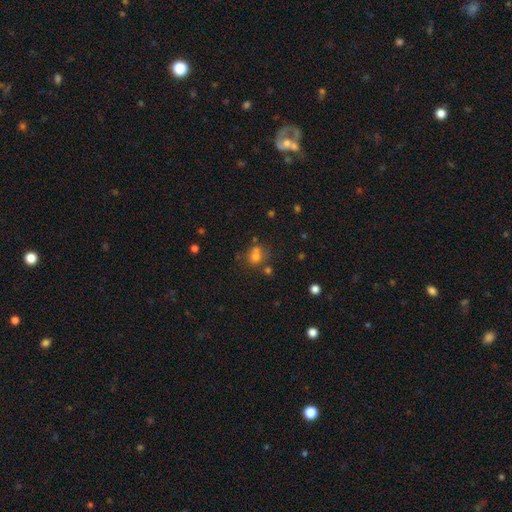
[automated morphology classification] A smooth galaxy with no disk features (64%) that is round (69%). Merging: none (47%).